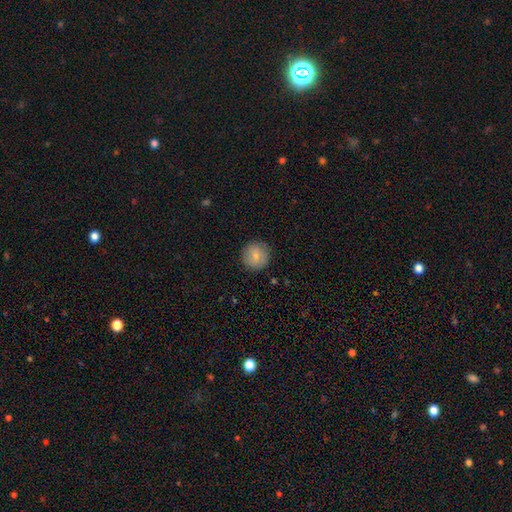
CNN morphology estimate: Smooth or featured? Predicted: smooth (p=0.81). How rounded? Predicted: round (p=0.94). Merging? Predicted: none (p=0.88).